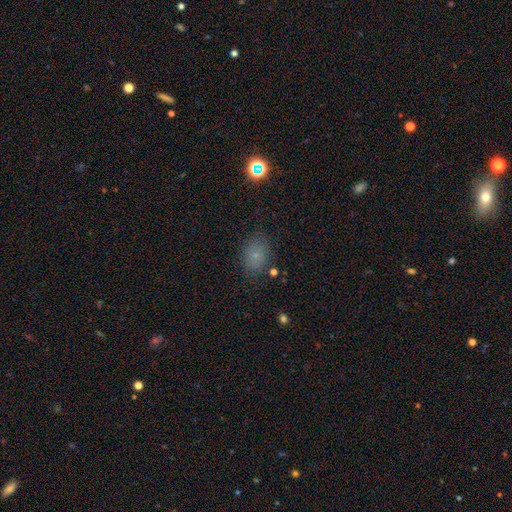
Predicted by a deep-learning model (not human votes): This appears to be a smooth galaxy with no disk features (74%) that is in between round and cigar-shaped (65%). Merging: none (78%).